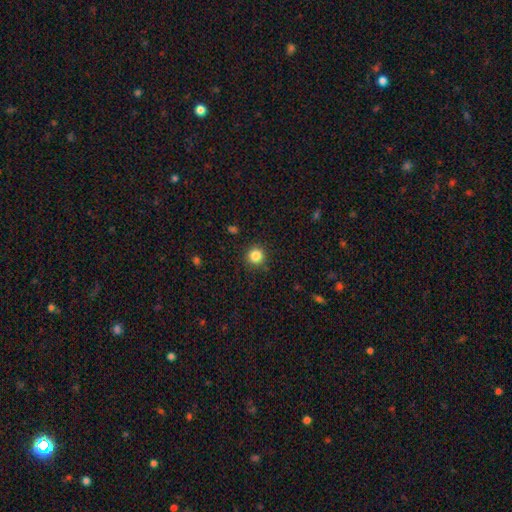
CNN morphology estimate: A smooth galaxy with no disk features (84%) that is round (93%).

Vote fractions:
- Smooth or featured? smooth: 84% / star or artifact: 11% / featured or disk: 4%
- How rounded? round: 93% / in between: 6% / cigar-shaped: 1%
- Merging? none: 90% / minor disturbance: 7% / major disturbance: 2% / merger: 1%